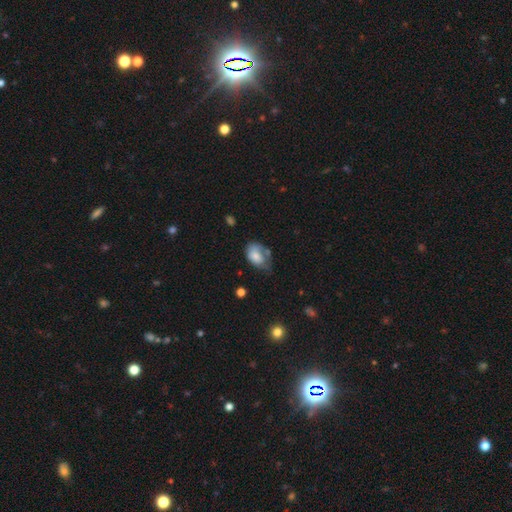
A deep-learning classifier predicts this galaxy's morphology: type=smooth (70%); roundness=in between (87%); merging=minor disturbance (38%).